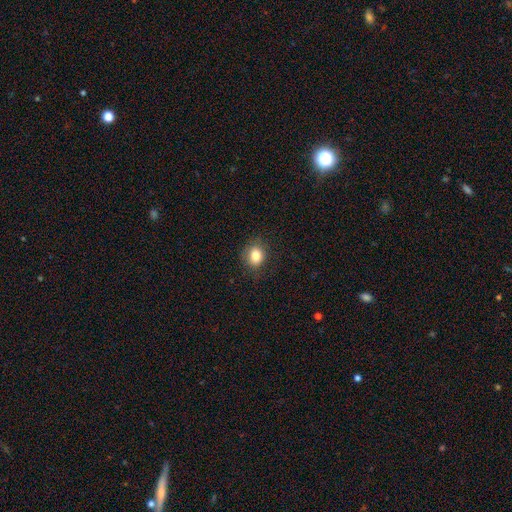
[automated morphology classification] The model was most divided on "how rounded": round: 63%, in between: 36%, cigar-shaped: 1%. More confident: smooth or featured — smooth (82%); merging — none (82%).